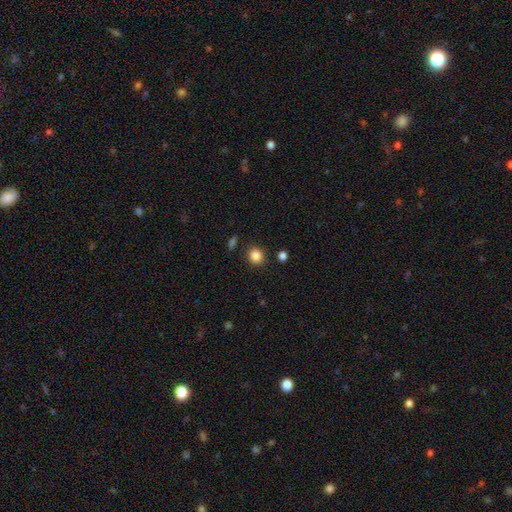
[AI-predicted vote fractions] Smooth or featured? Predicted: smooth (p=0.86). How rounded? Predicted: round (p=0.84). Merging? Predicted: none (p=0.87).